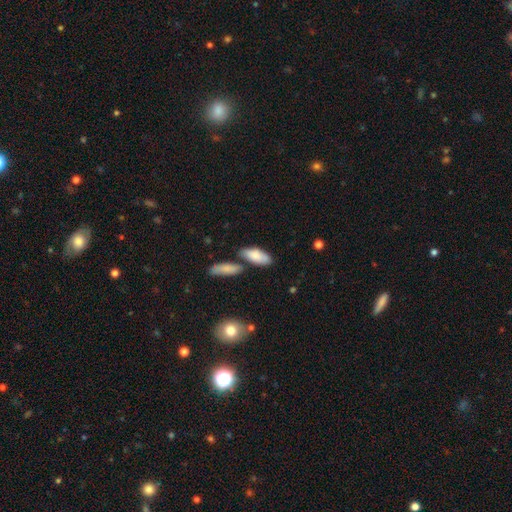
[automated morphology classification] smooth 80%, featured or disk 14%, star or artifact 6%. Down the decision tree: how rounded — in between (81%); merging — none (61%).